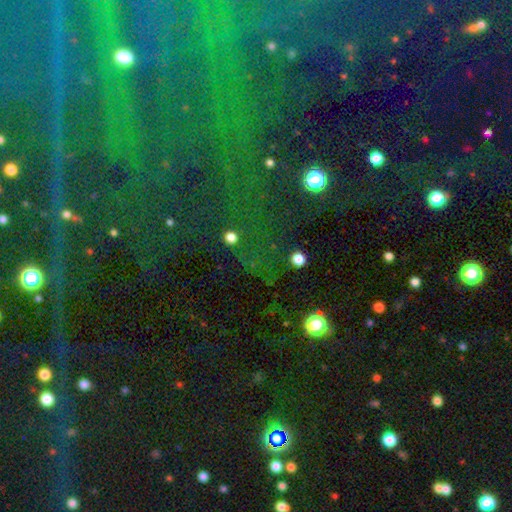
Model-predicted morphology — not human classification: smooth_or_featured: star or artifact (p=0.74) [alt: smooth p=0.15]